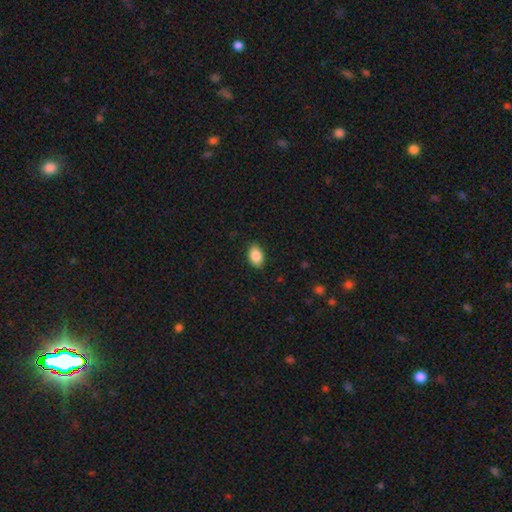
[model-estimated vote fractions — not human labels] This is clearly a smooth galaxy (88%). How rounded: clearly in between (88%). Merging: clearly none (88%).